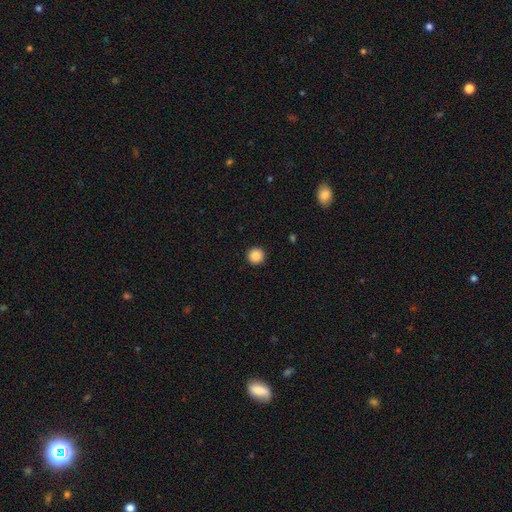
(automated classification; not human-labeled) smooth-or-featured: smooth: 86% | star or artifact: 10% | featured or disk: 4%
  how-rounded: round: 96% | in between: 3% | cigar-shaped: 1%
  merging: none: 94% | minor disturbance: 4% | major disturbance: 1% | merger: 1%